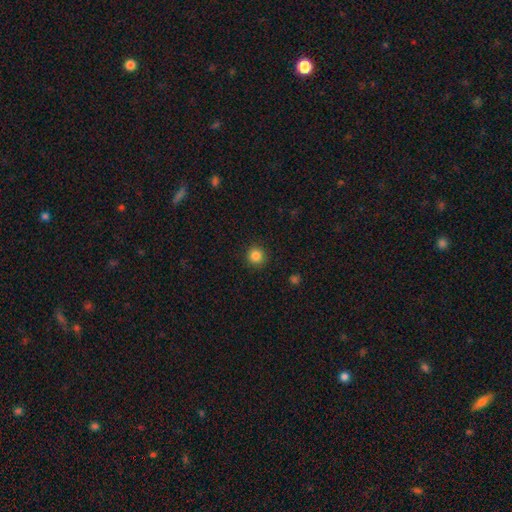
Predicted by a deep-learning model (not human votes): This appears to be a smooth galaxy with no disk features (85%) that is round (94%). Merging: none (92%).